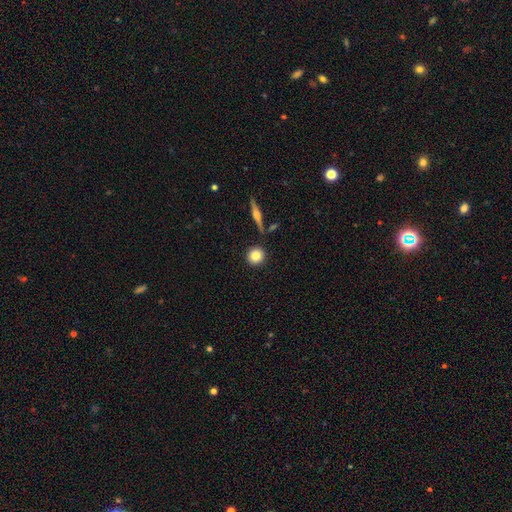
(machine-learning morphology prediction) This appears to be a smooth galaxy with no disk features (82%) that is round (90%). Merging: none (87%).